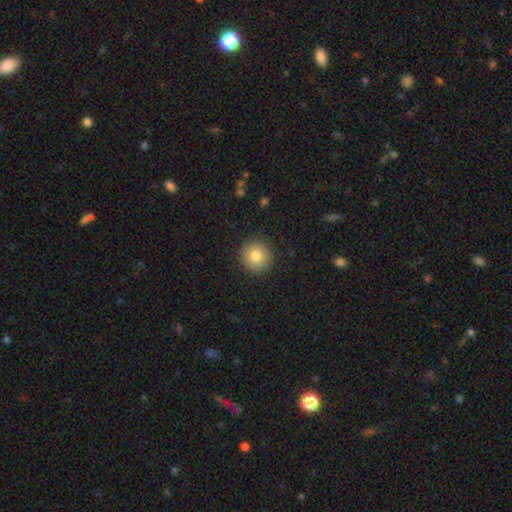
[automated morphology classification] Smooth or featured: smooth — 81% (star or artifact — 10%)
How rounded: round — 94% (in between — 5%)
Merging: none — 90% (minor disturbance — 6%)